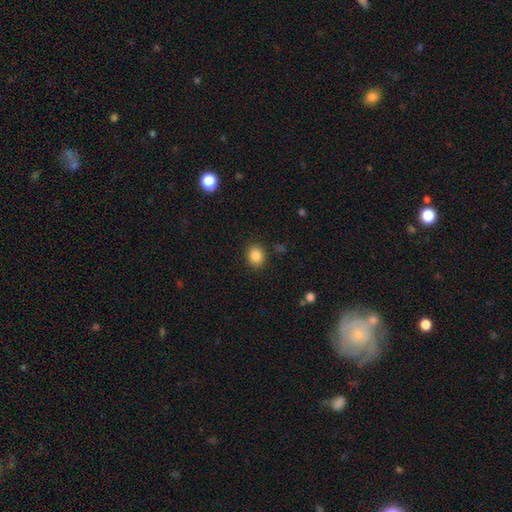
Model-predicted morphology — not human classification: smooth 86%, star or artifact 10%, featured or disk 5%. Down the decision tree: how rounded — round (61%); merging — none (88%).